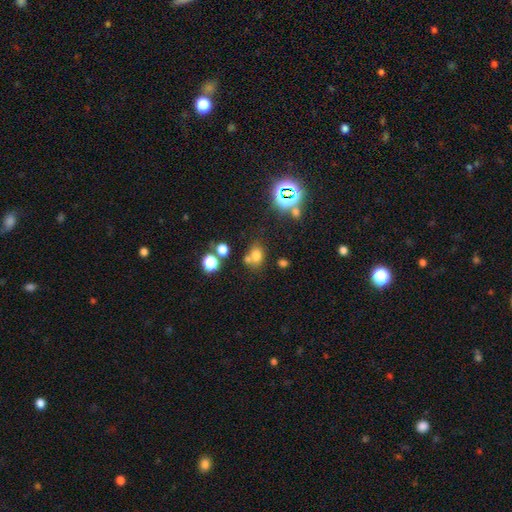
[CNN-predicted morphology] This is likely a smooth galaxy (67%). How rounded: possibly round (51%). Merging: possibly none (51%).